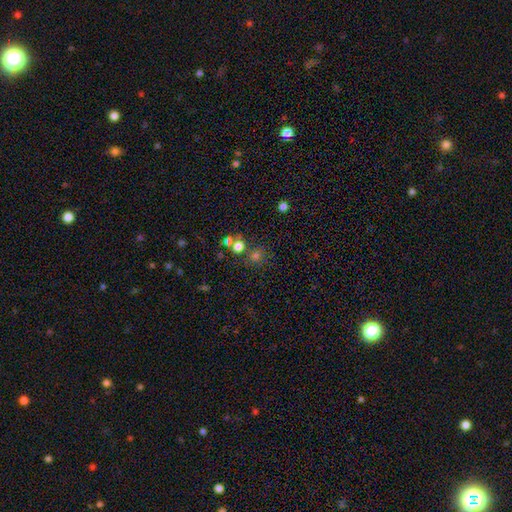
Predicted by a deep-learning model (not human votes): Morphology: type=smooth (64%); roundness=round (84%); merging=none (70%).